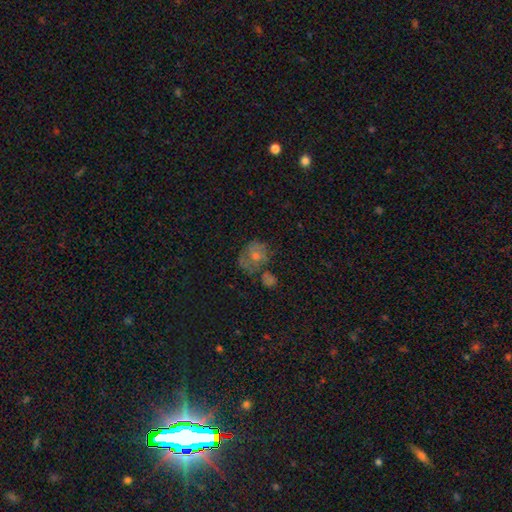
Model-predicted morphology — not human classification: The model was most divided on "smooth or featured": featured or disk: 41%, smooth: 38%, star or artifact: 21%. More confident: merging — none (56%).